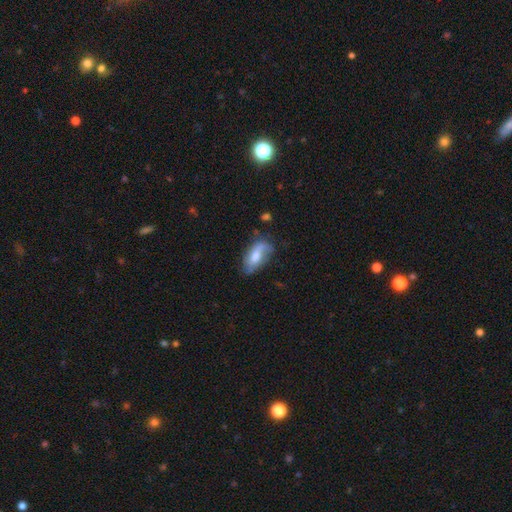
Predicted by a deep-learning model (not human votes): A smooth galaxy with no disk features (48%). Merging: none (52%).